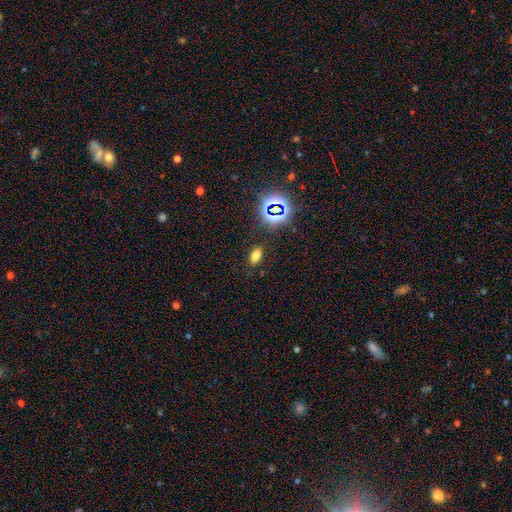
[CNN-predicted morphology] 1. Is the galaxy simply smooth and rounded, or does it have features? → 69% smooth, 24% star or artifact, 7% featured or disk.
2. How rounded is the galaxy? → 87% in between, 9% round, 5% cigar-shaped.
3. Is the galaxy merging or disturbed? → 85% none, 10% minor disturbance, 3% major disturbance, 2% merger.